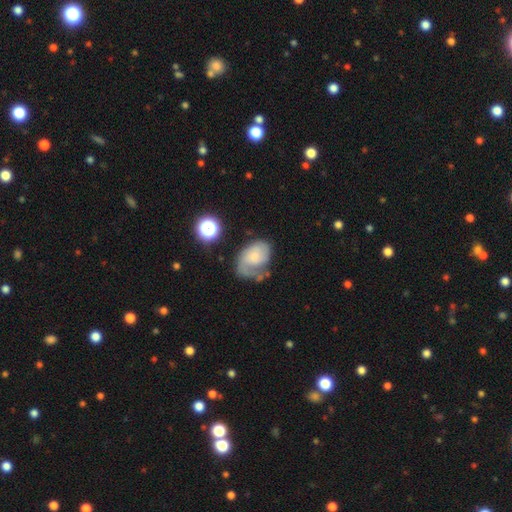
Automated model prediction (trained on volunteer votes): A featured or disk galaxy (56%) with no bar (72%), spiral arms (84%) and a small central bulge (44%).

Vote fractions:
- Smooth or featured? featured or disk: 56% / smooth: 35% / star or artifact: 9%
- Edge-on disk? no: 97% / yes: 3%
- Bar? no: 72% / weak: 24% / strong: 3%
- Spiral arms? yes: 84% / no: 16%
- Bulge size? small: 44% / moderate: 25% / none: 21% / large: 8% / dominant: 3%
- Merging? none: 38% / minor disturbance: 29% / major disturbance: 27% / merger: 6%